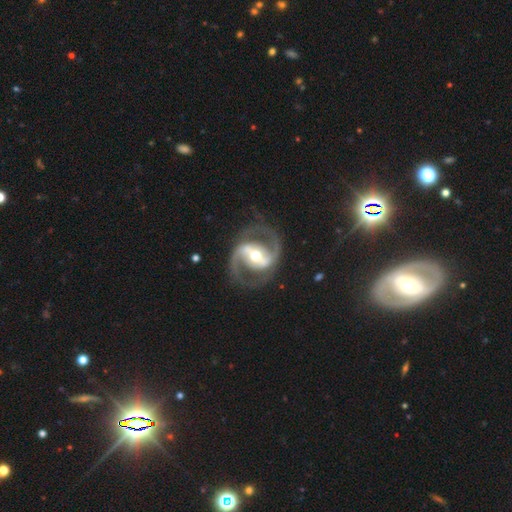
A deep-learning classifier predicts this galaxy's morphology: Smooth or featured: featured or disk — 91% (smooth — 5%)
Edge-on disk: no — 97% (yes — 3%)
Bar: strong — 59% (weak — 27%)
Spiral arms: yes — 95% (no — 5%)
Spiral winding: medium — 61% (loose — 20%)
Spiral arm count: 2 — 93% (can't tell — 2%)
Bulge size: moderate — 72% (small — 15%)
Merging: none — 80% (minor disturbance — 11%)